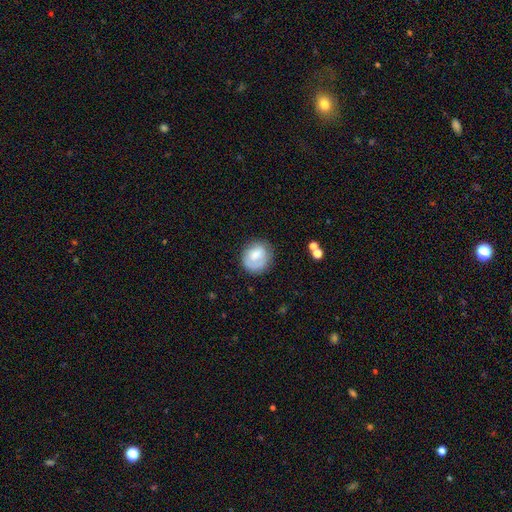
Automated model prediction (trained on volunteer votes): A smooth galaxy with no disk features (66%) that is round (69%). Merging: none (65%).